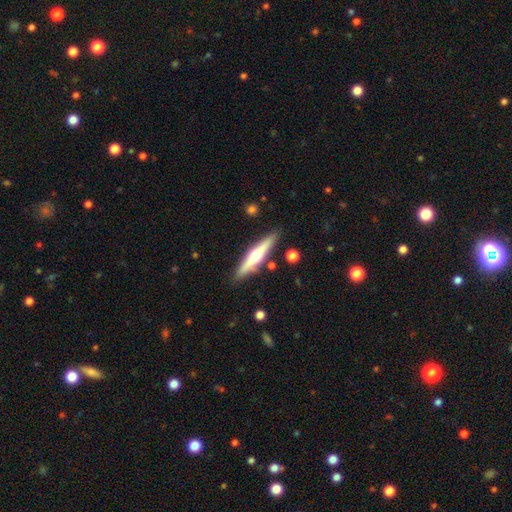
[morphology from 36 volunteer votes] This is possibly a featured or disk galaxy (58%). It is clearly viewed edge-on (100%). Edge-on bulge: clearly rounded (95%). Merging: clearly none (94%).